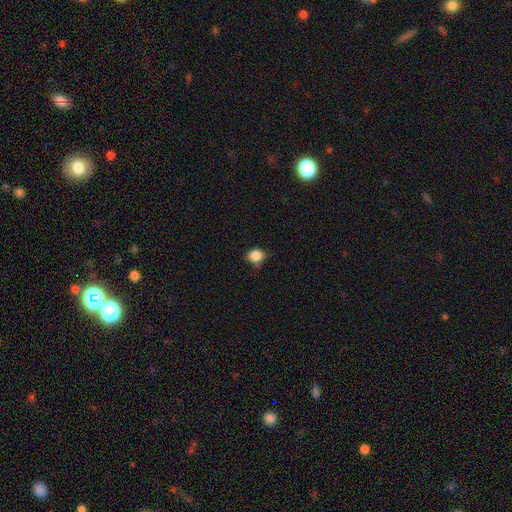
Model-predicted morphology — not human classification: Q: Smooth or featured?
A: smooth (85%); runner-up: star or artifact (10%)
Q: How rounded?
A: round (74%); runner-up: in between (25%)
Q: Merging?
A: none (69%); runner-up: minor disturbance (24%)